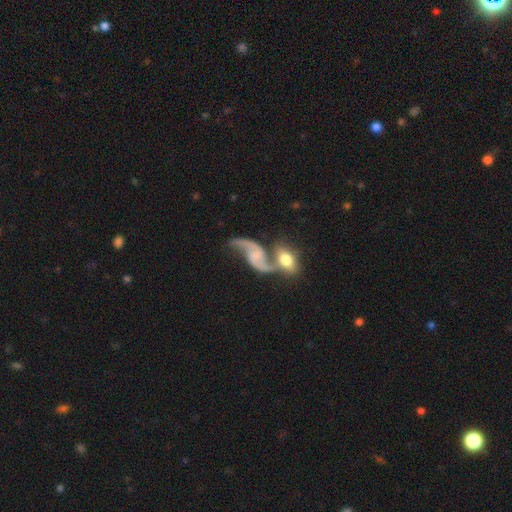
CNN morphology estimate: smooth_or_featured: featured or disk (p=0.85) [alt: smooth p=0.09]
disk_edge_on: no (p=0.96) [alt: yes p=0.04]
bar: no (p=0.53) [alt: weak p=0.37]
has_spiral_arms: yes (p=0.94) [alt: no p=0.06]
spiral_winding: loose (p=0.82) [alt: medium p=0.15]
spiral_arm_count: 2 (p=0.91) [alt: 1 p=0.04]
bulge_size: small (p=0.47) [alt: none p=0.28]
merging: merger (p=0.49) [alt: none p=0.28]